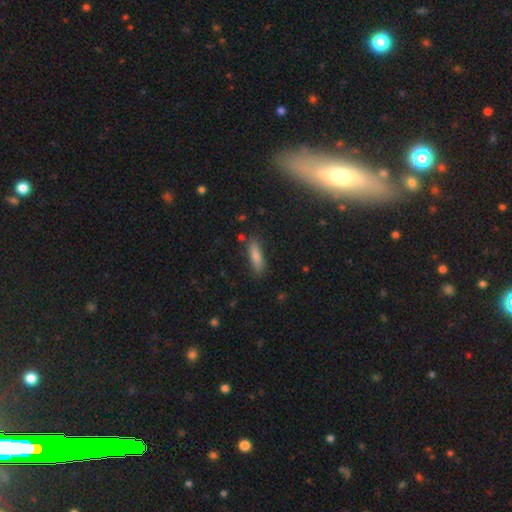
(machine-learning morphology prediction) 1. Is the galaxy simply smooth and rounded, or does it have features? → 71% smooth, 18% featured or disk, 11% star or artifact.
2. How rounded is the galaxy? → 70% cigar-shaped, 28% in between, 2% round.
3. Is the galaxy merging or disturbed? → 82% none, 13% minor disturbance, 3% major disturbance, 2% merger.